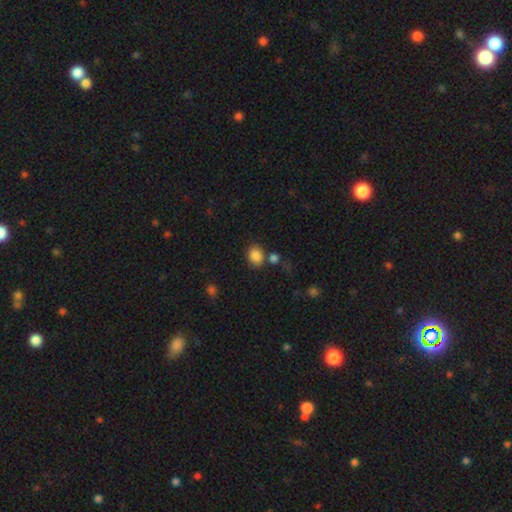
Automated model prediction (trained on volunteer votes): A smooth galaxy with no disk features (86%) that is in between round and cigar-shaped (52%).

Vote fractions:
- Smooth or featured? smooth: 86% / star or artifact: 9% / featured or disk: 5%
- How rounded? in between: 52% / round: 47% / cigar-shaped: 1%
- Merging? none: 71% / merger: 13% / minor disturbance: 12% / major disturbance: 4%